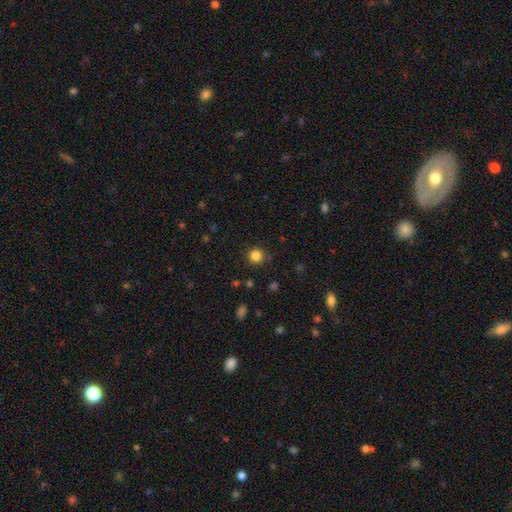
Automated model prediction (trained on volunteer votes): Overall: smooth (84%). How rounded: round (92%). Merging: none (86%).